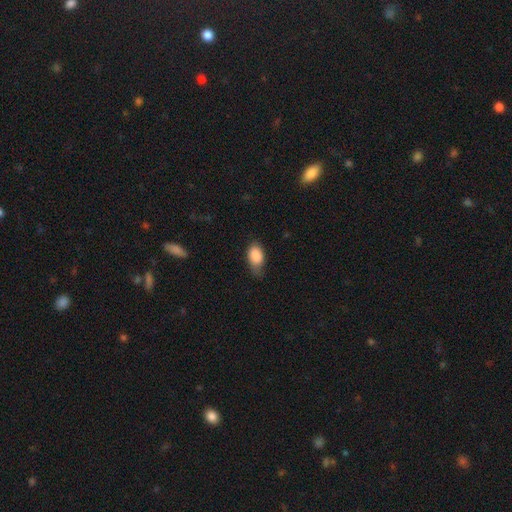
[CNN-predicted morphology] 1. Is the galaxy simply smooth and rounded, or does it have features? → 86% smooth, 7% star or artifact, 6% featured or disk.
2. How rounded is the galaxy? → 90% in between, 8% round, 2% cigar-shaped.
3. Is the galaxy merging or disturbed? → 53% none, 36% minor disturbance, 9% major disturbance, 2% merger.